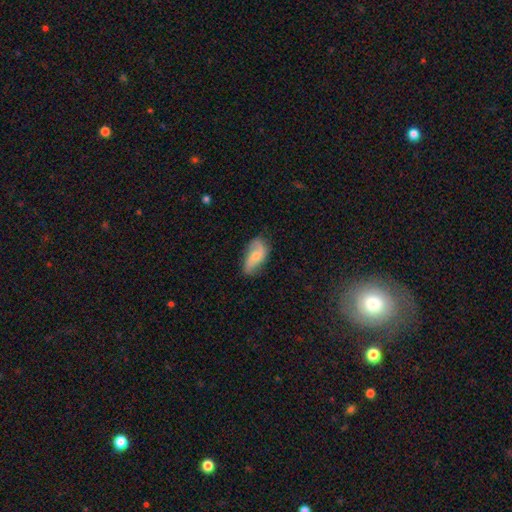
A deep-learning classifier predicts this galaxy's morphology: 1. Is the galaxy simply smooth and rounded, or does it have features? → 47% featured or disk, 46% smooth, 7% star or artifact.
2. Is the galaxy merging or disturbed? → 63% none, 27% minor disturbance, 8% major disturbance, 2% merger.